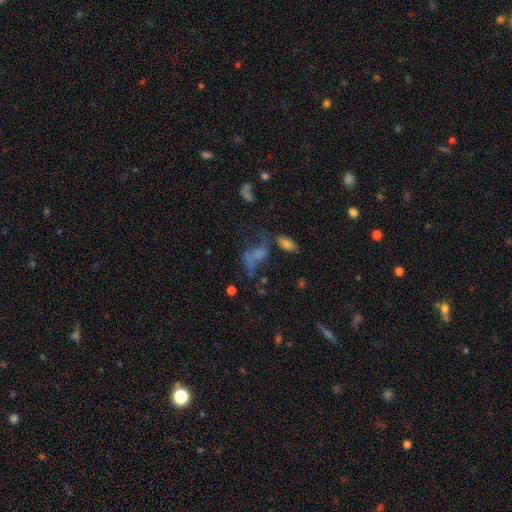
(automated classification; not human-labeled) Smooth or featured?
  - smooth: 41% *
  - featured or disk: 32%
  - star or artifact: 27%
Merging?
  - major disturbance: 31% *
  - none: 30%
  - merger: 25%
  - minor disturbance: 14%